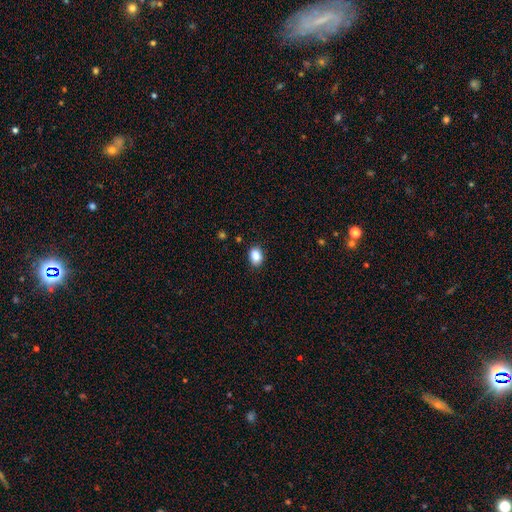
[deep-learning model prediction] smooth_or_featured: smooth (p=0.86) [alt: star or artifact p=0.09]
how_rounded: in between (p=0.66) [alt: round p=0.33]
merging: none (p=0.87) [alt: minor disturbance p=0.09]